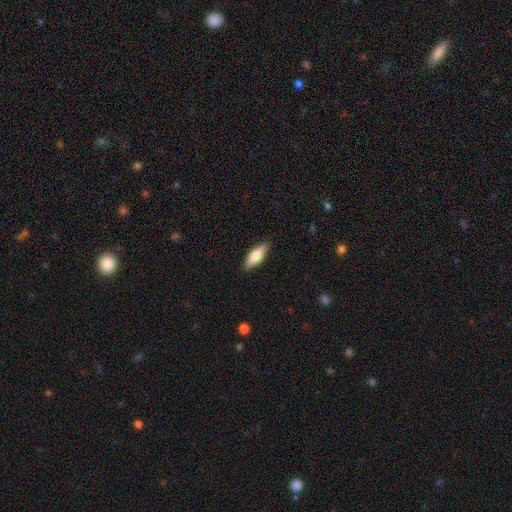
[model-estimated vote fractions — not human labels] Q: Smooth or featured?
A: smooth (72%); runner-up: featured or disk (22%)
Q: How rounded?
A: in between (59%); runner-up: cigar-shaped (39%)
Q: Merging?
A: none (88%); runner-up: minor disturbance (9%)